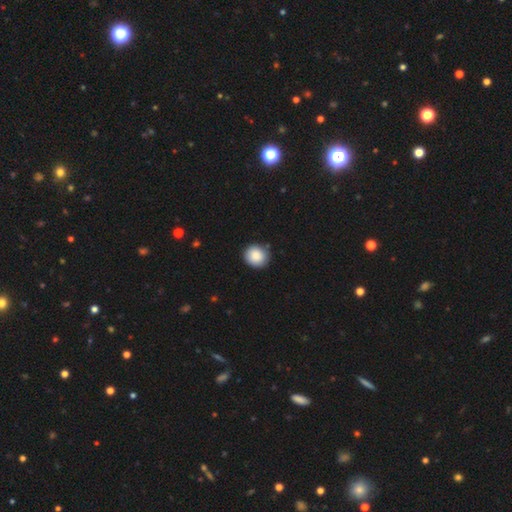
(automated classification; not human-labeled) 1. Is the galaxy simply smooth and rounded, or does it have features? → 88% smooth, 8% star or artifact, 4% featured or disk.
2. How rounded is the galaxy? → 87% round, 12% in between, 1% cigar-shaped.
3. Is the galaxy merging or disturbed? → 86% none, 11% minor disturbance, 2% major disturbance, 2% merger.